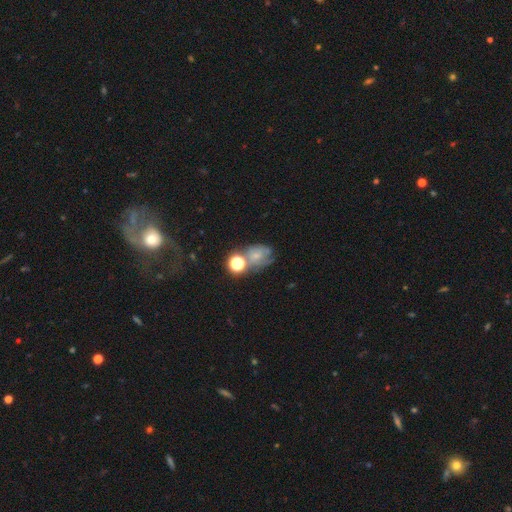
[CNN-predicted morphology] Q: Smooth or featured?
A: smooth (40%); runner-up: featured or disk (38%)
Q: Merging?
A: none (39%); runner-up: merger (22%)